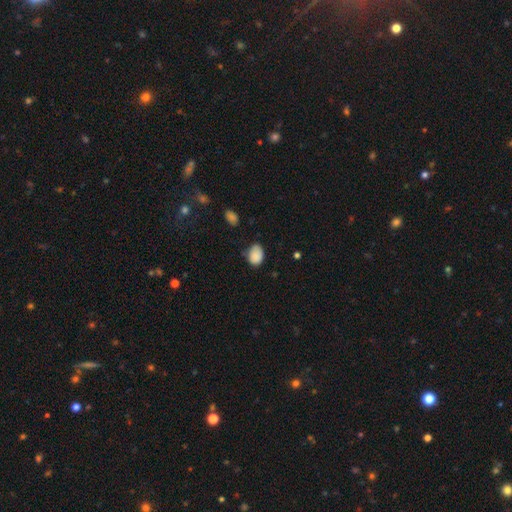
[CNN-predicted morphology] Smooth or featured?
  - smooth: 87% *
  - star or artifact: 8%
  - featured or disk: 5%
How rounded?
  - in between: 72% *
  - round: 27%
  - cigar-shaped: 1%
Merging?
  - none: 63% *
  - minor disturbance: 29%
  - major disturbance: 6%
  - merger: 2%